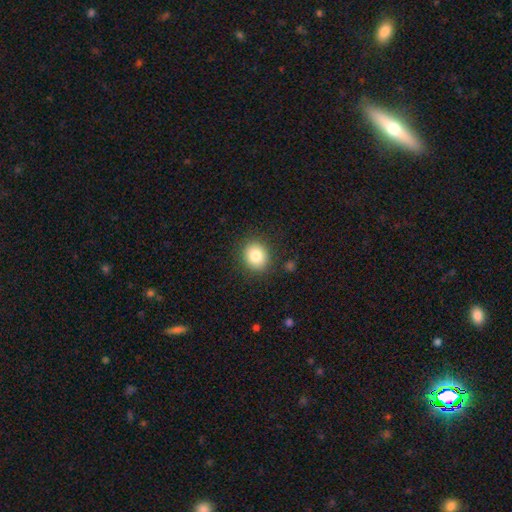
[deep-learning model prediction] Smooth or featured?
  - smooth: 82% *
  - star or artifact: 10%
  - featured or disk: 8%
How rounded?
  - round: 71% *
  - in between: 28%
  - cigar-shaped: 1%
Merging?
  - none: 87% *
  - minor disturbance: 8%
  - major disturbance: 3%
  - merger: 1%